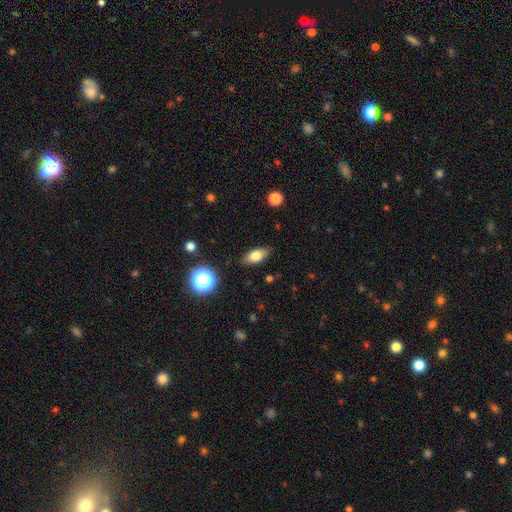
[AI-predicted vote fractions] Smooth or featured: smooth — 75% (featured or disk — 16%)
How rounded: in between — 80% (cigar-shaped — 12%)
Merging: none — 87% (minor disturbance — 10%)